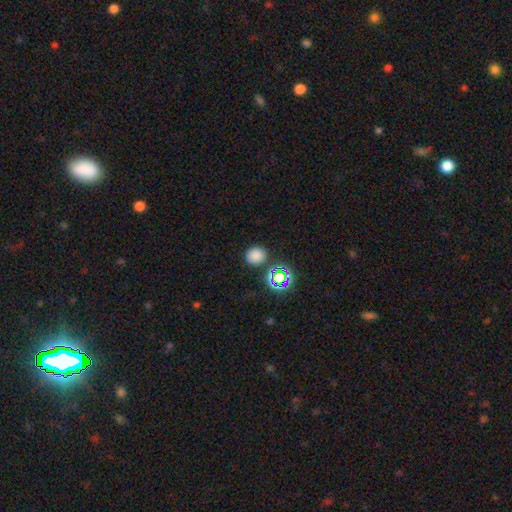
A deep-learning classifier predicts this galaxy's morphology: A smooth galaxy with no disk features (76%) that is round (80%).

Vote fractions:
- Smooth or featured? smooth: 76% / star or artifact: 19% / featured or disk: 5%
- How rounded? round: 80% / in between: 19% / cigar-shaped: 1%
- Merging? none: 84% / minor disturbance: 8% / merger: 5% / major disturbance: 3%